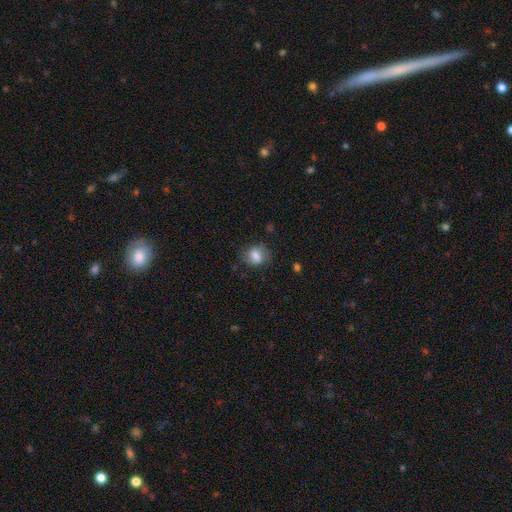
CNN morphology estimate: A smooth galaxy with no disk features (77%) that is in between round and cigar-shaped (60%).

Vote fractions:
- Smooth or featured? smooth: 77% / featured or disk: 15% / star or artifact: 8%
- How rounded? in between: 60% / round: 38% / cigar-shaped: 2%
- Merging? none: 66% / minor disturbance: 23% / major disturbance: 9% / merger: 2%